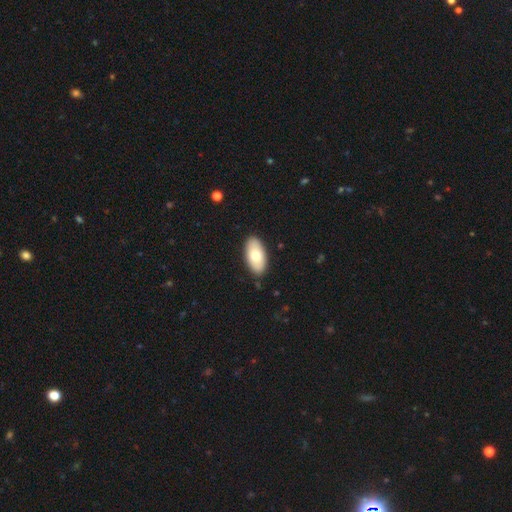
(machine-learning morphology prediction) This appears to be a smooth galaxy with no disk features (72%) that is in between round and cigar-shaped (94%). Merging: none (87%).